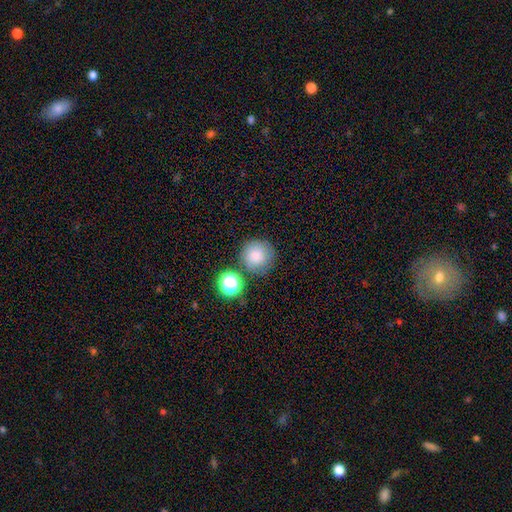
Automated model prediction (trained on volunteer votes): Smooth or featured? smooth (82%)
How rounded? round (94%)
Merging? none (76%)